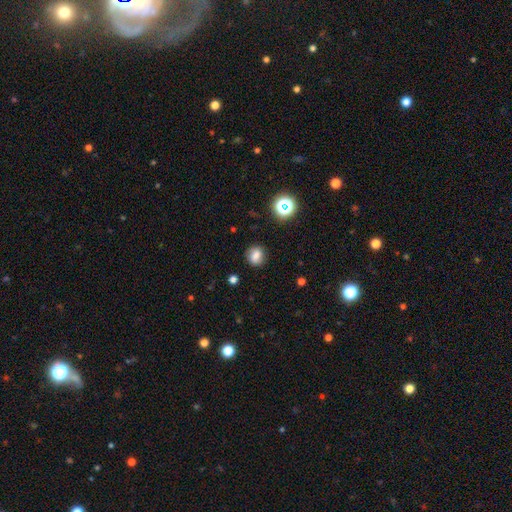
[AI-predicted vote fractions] Smooth or featured? smooth (76%)
How rounded? round (70%)
Merging? none (83%)